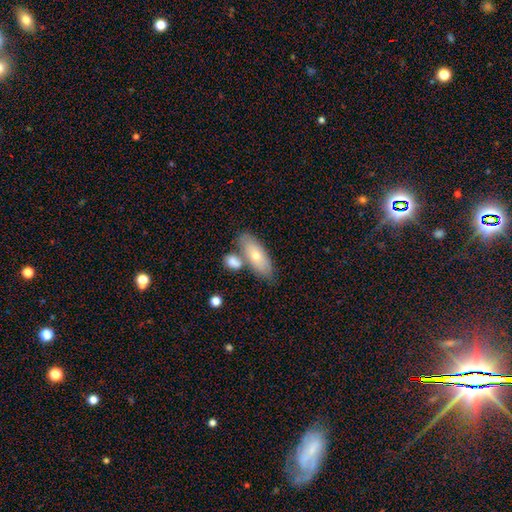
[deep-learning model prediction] Smooth or featured? Predicted: smooth (p=0.66). How rounded? Predicted: in between (p=0.74). Merging? Predicted: none (p=0.59).